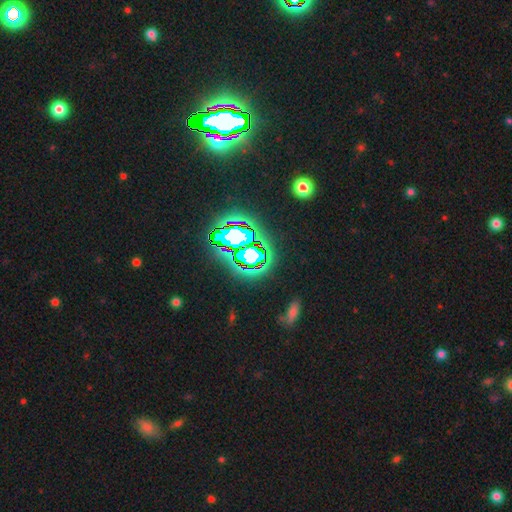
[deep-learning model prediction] Smooth or featured? Predicted: star or artifact (p=0.77).